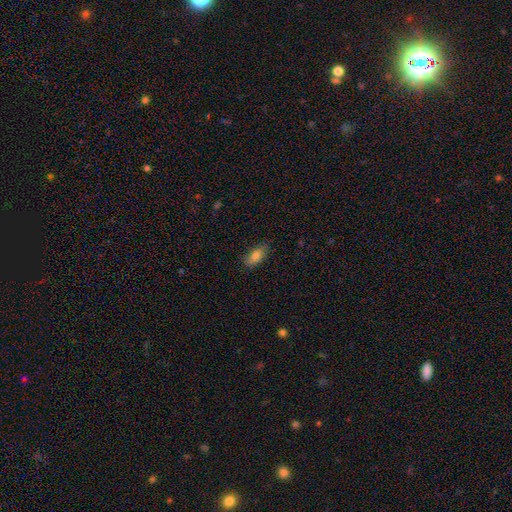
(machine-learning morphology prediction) type=smooth (78%); roundness=in between (82%); merging=none (80%).